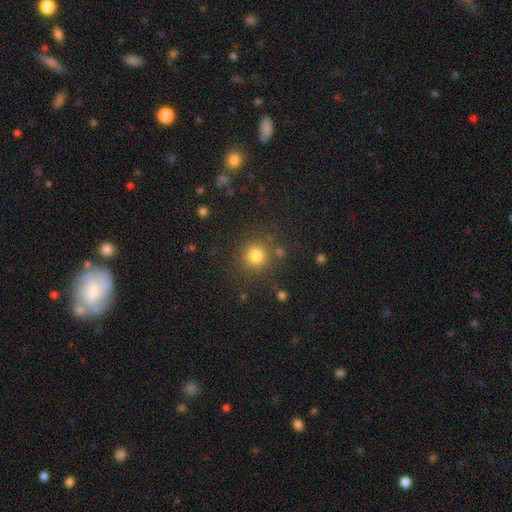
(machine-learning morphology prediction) This appears to be a smooth galaxy with no disk features (80%) that is round (92%). Merging: none (83%).